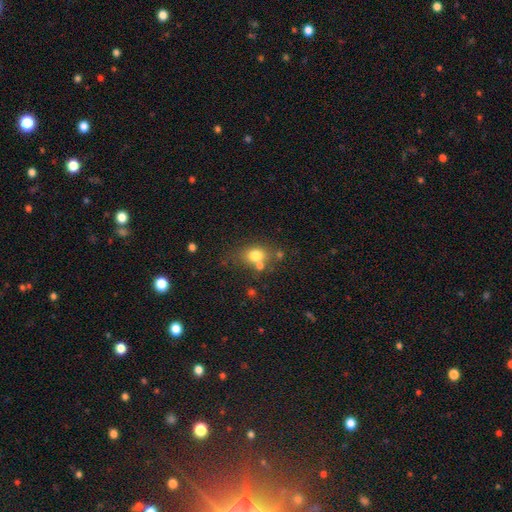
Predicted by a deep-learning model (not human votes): Morphology: type=smooth (76%); roundness=in between (52%); merging=none (56%).